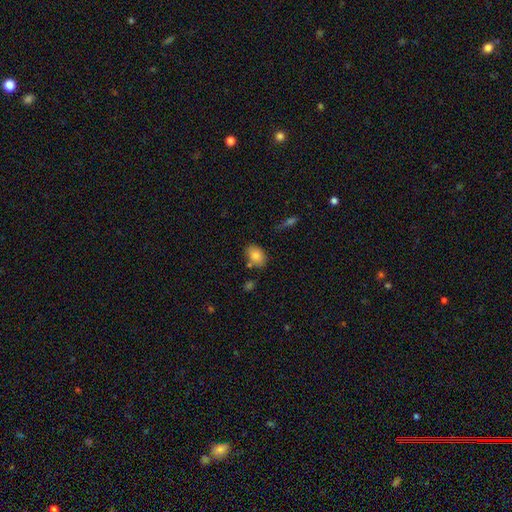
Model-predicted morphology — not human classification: type=smooth (82%); roundness=in between (80%); merging=none (74%).